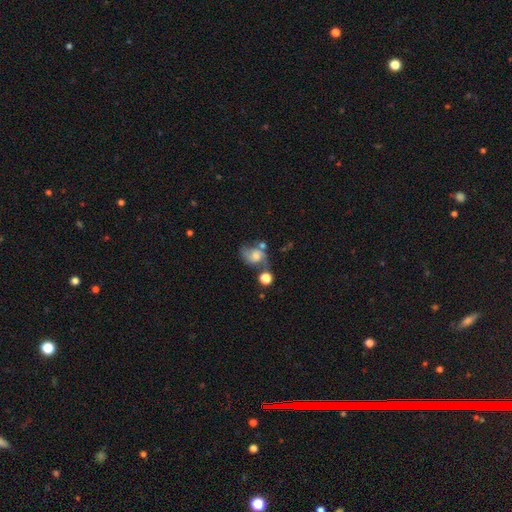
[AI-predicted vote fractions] Smooth or featured?
  - smooth: 50% *
  - featured or disk: 37%
  - star or artifact: 12%
How rounded?
  - in between: 51% *
  - round: 47%
  - cigar-shaped: 1%
Merging?
  - none: 35% *
  - merger: 23%
  - minor disturbance: 21%
  - major disturbance: 21%